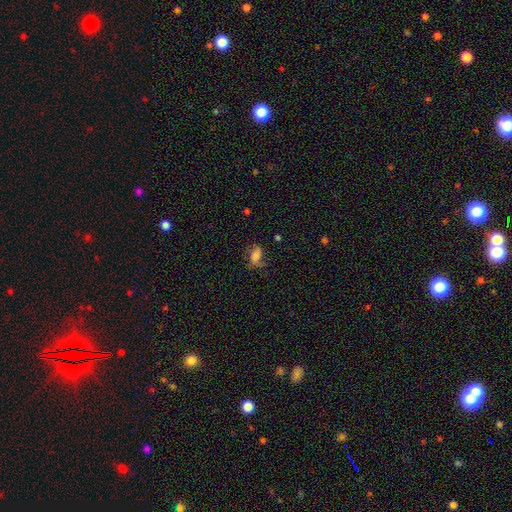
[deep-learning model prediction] Smooth or featured? smooth (61%)
How rounded? in between (85%)
Merging? none (57%)